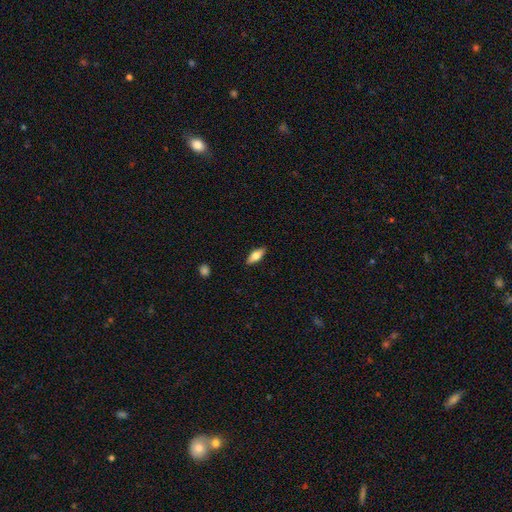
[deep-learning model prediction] Smooth or featured: smooth — 68% (featured or disk — 26%)
How rounded: in between — 74% (cigar-shaped — 24%)
Merging: none — 88% (minor disturbance — 9%)